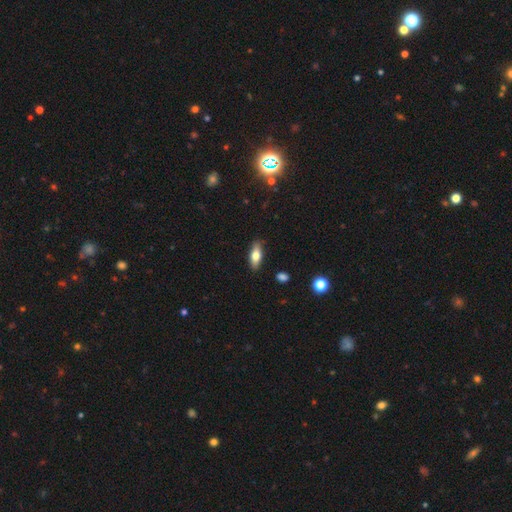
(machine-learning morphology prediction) Smooth or featured? smooth (70%)
How rounded? in between (69%)
Merging? none (85%)